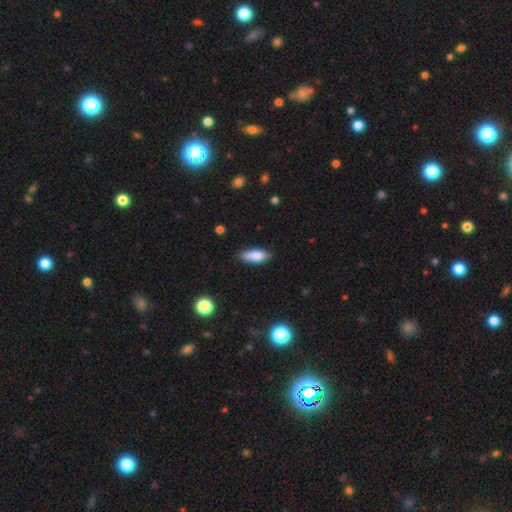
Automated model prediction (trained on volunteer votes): This appears to be a smooth galaxy with no disk features (83%) that is in between round and cigar-shaped (74%). Merging: none (80%).